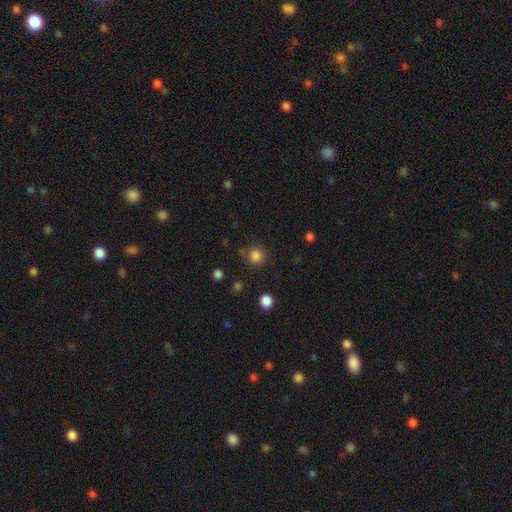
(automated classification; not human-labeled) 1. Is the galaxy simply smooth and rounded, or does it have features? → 84% smooth, 13% star or artifact, 4% featured or disk.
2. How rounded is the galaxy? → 90% round, 9% in between, 1% cigar-shaped.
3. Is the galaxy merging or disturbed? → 83% none, 9% minor disturbance, 4% merger, 4% major disturbance.